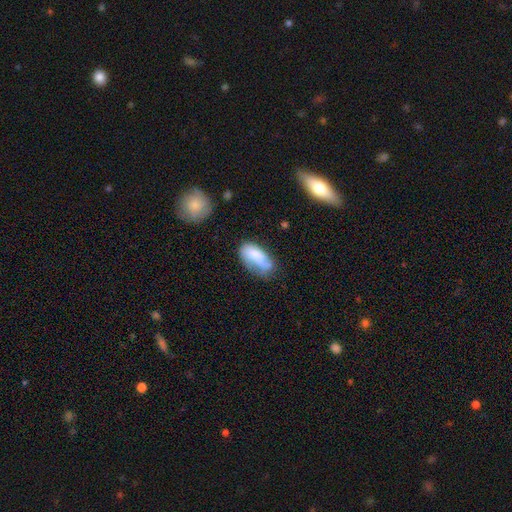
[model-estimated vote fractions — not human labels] The model was most divided on "merging": none: 42%, minor disturbance: 32%, major disturbance: 17%, merger: 9%. More confident: how rounded — in between (90%); smooth or featured — smooth (69%).